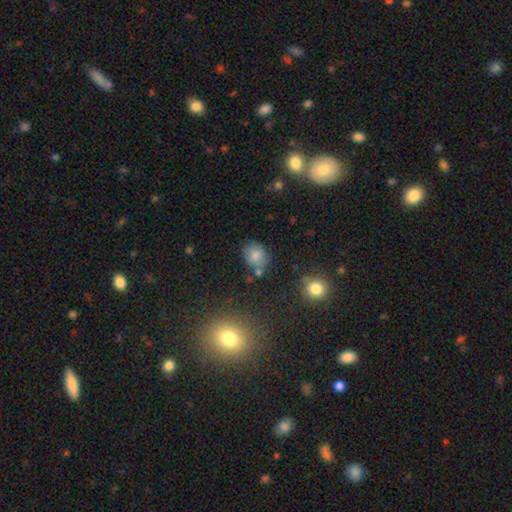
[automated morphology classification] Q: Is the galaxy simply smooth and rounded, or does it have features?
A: smooth — 79%.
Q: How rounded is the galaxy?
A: round — 56%.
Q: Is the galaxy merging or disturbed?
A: none — 74%.